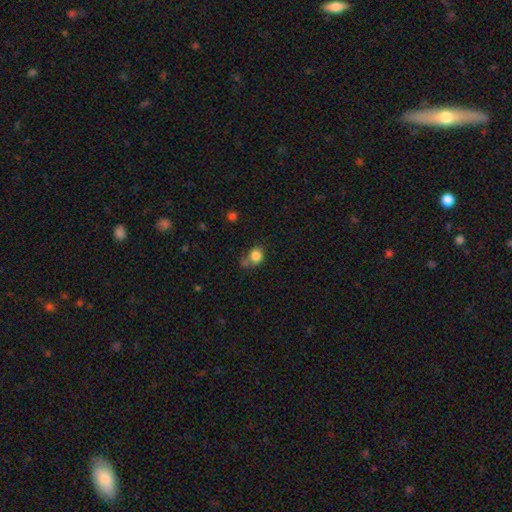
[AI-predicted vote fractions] This appears to be a smooth galaxy with no disk features (83%) that is round (72%). Merging: none (54%).